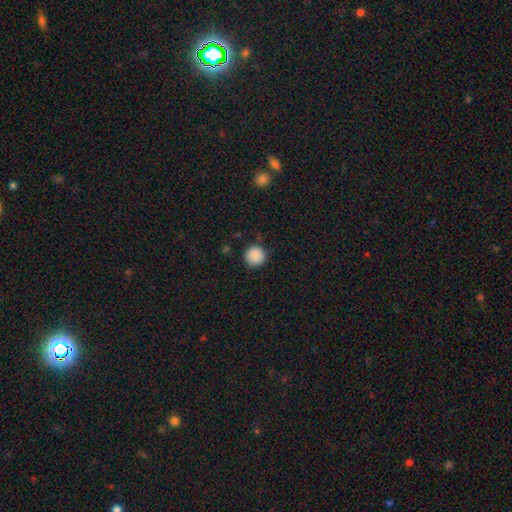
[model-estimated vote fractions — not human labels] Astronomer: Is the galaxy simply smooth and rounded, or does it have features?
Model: smooth — 88%.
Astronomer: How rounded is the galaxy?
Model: round — 96%.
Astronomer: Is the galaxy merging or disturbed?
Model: none — 88%.